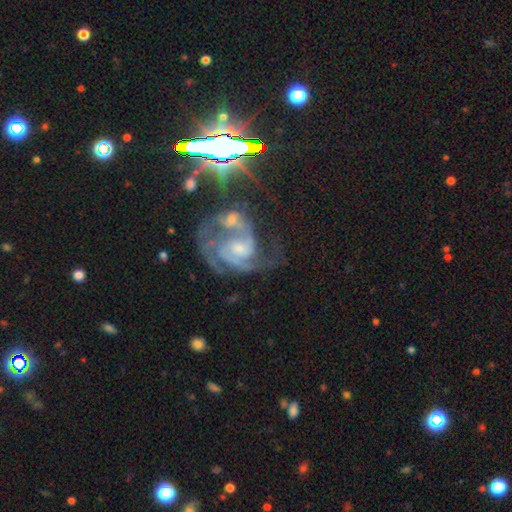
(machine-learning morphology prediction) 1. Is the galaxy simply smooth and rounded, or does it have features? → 81% featured or disk, 13% star or artifact, 6% smooth.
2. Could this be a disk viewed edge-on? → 97% no, 3% yes.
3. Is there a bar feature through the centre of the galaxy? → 55% no, 34% weak, 11% strong.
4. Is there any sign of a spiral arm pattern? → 97% yes, 3% no.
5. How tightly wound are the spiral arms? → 47% medium, 42% tight, 11% loose.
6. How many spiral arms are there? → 57% 2, 18% 3, 13% can't tell, 5% 1, 4% 4, 4% more than 4.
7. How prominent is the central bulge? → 55% small, 34% moderate, 7% none, 3% large, 1% dominant.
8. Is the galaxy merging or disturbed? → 40% none, 23% merger, 19% major disturbance, 18% minor disturbance.